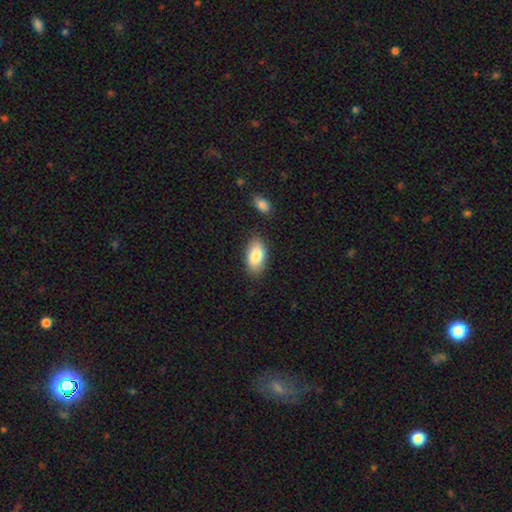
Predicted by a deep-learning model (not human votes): The model was most divided on "merging": none: 82%, minor disturbance: 12%, merger: 4%, major disturbance: 3%. More confident: how rounded — in between (93%); smooth or featured — smooth (85%).